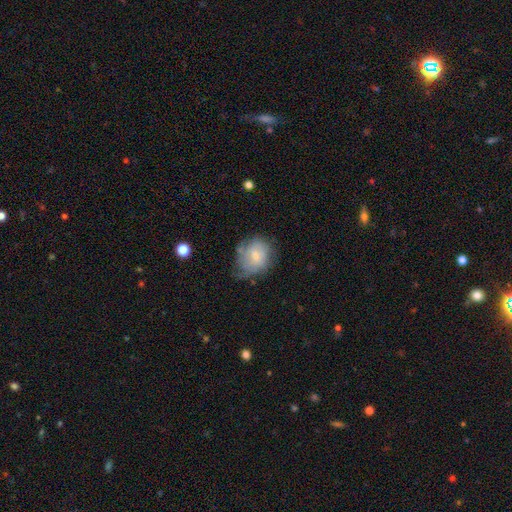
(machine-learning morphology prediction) Overall: smooth (54%; featured or disk 38%). How rounded: round (57%; in between 42%). Merging: none (45%; minor disturbance 34%).